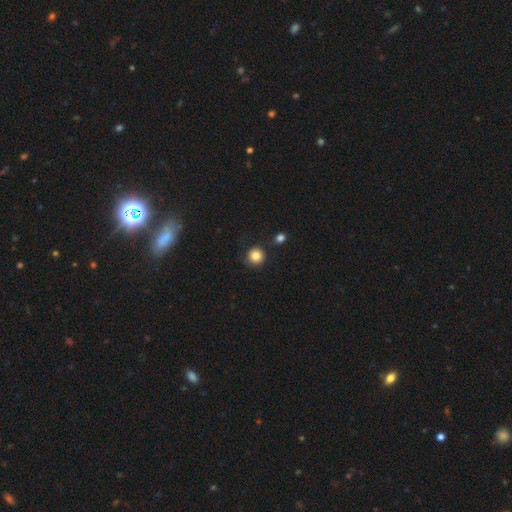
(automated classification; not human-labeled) Smooth or featured? smooth (84%)
How rounded? round (93%)
Merging? none (84%)